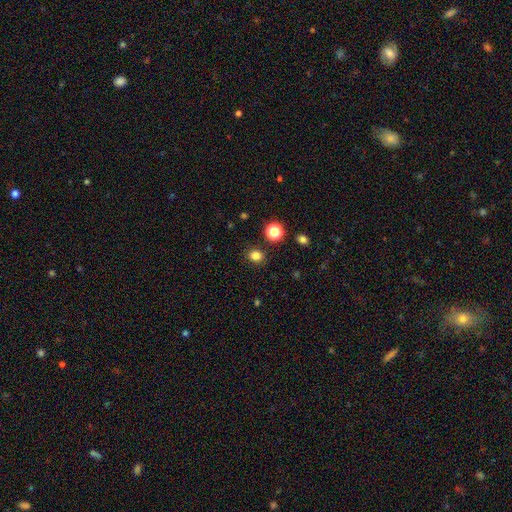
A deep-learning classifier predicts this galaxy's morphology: A smooth galaxy with no disk features (82%) that is round (68%). Merging: none (88%).